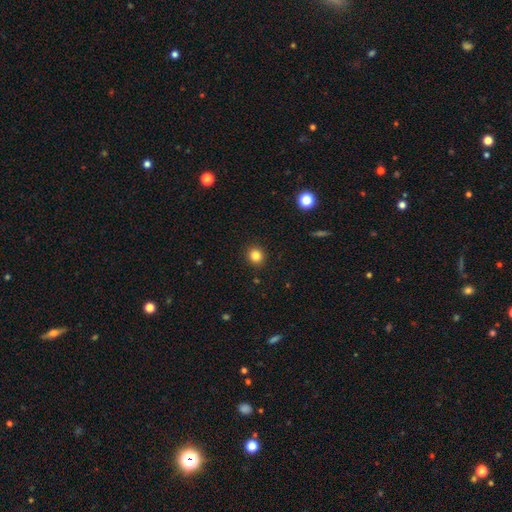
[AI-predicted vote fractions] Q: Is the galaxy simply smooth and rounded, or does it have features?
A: smooth — 83%.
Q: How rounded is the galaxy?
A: round — 87%.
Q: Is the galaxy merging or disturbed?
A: none — 91%.